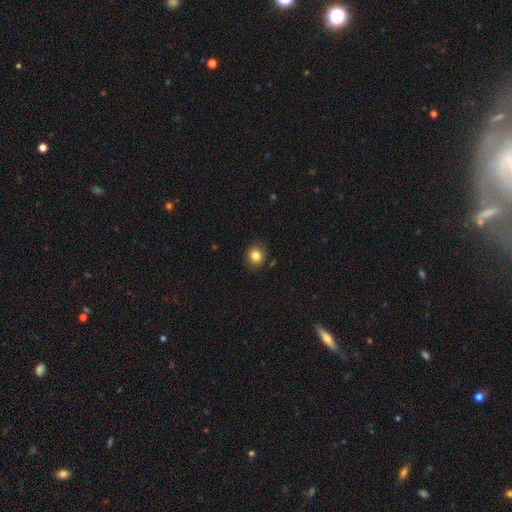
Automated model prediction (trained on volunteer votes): Smooth or featured: smooth — 83% (star or artifact — 10%)
How rounded: round — 70% (in between — 29%)
Merging: none — 84% (minor disturbance — 12%)